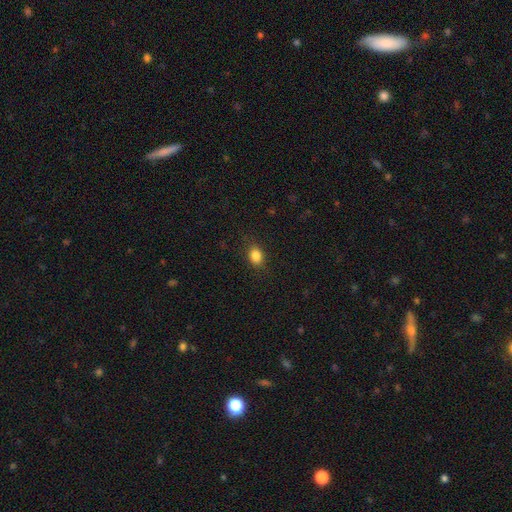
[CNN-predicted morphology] This appears to be a smooth galaxy with no disk features (85%) that is in between round and cigar-shaped (66%). Merging: none (86%).